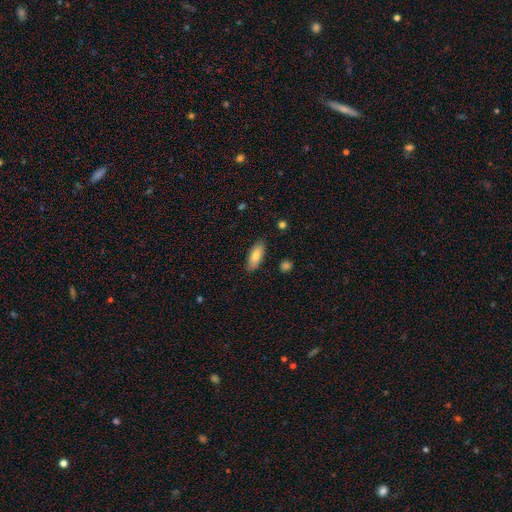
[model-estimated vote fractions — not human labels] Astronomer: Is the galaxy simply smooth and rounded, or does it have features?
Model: smooth — 78%.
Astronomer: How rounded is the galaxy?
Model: in between — 77%.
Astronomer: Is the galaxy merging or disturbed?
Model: none — 86%.